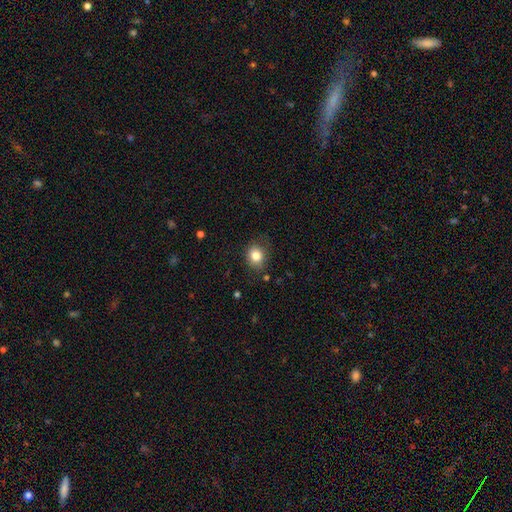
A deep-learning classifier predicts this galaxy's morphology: A smooth galaxy with no disk features (84%) that is round (62%). Merging: none (78%).